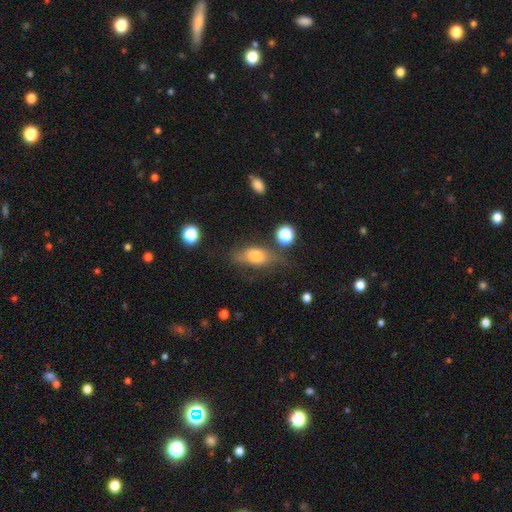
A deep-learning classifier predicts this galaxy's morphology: This appears to be a smooth galaxy with no disk features (66%) that is in between round and cigar-shaped (77%). Merging: none (58%).